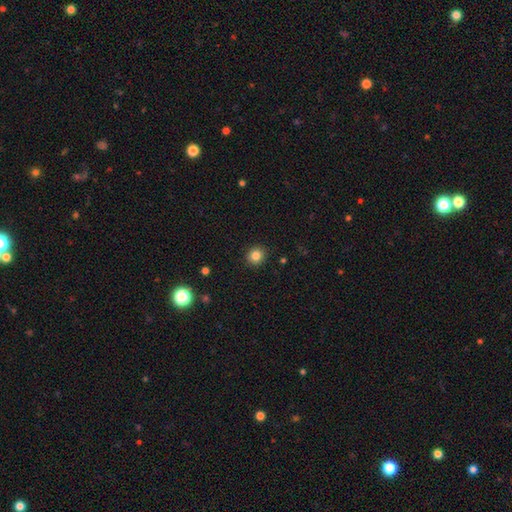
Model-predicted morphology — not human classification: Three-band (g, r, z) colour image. It shows a smooth galaxy with no disk features (84%) that is round (87%). Merging: none (92%).